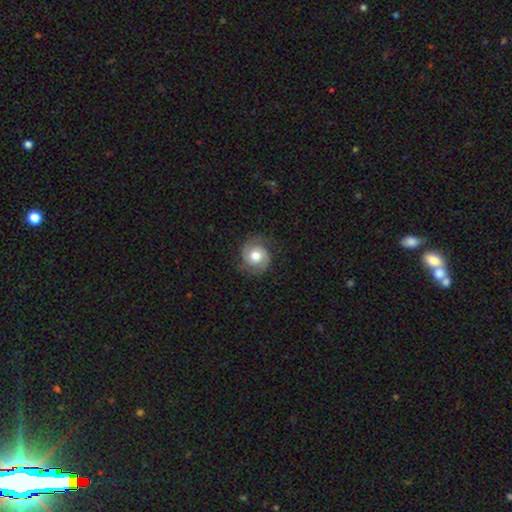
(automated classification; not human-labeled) Overall: featured or disk (54%; smooth 38%). Edge-on disk: no (98%). Bar: no (74%). Spiral arms: yes (86%). Bulge size: moderate (64%; large 26%). Merging: none (77%).